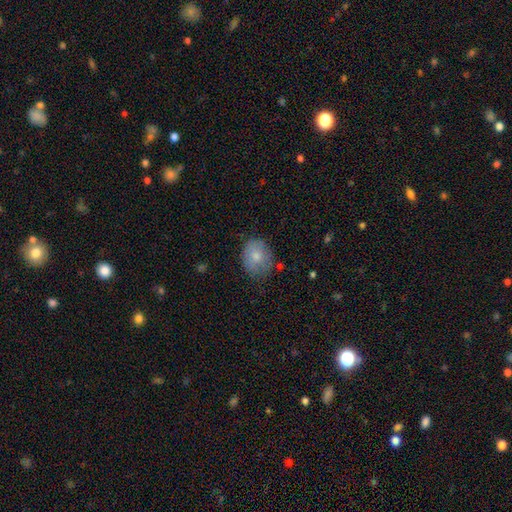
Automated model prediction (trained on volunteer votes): A smooth galaxy with no disk features (76%) that is round (50%). Merging: none (68%).